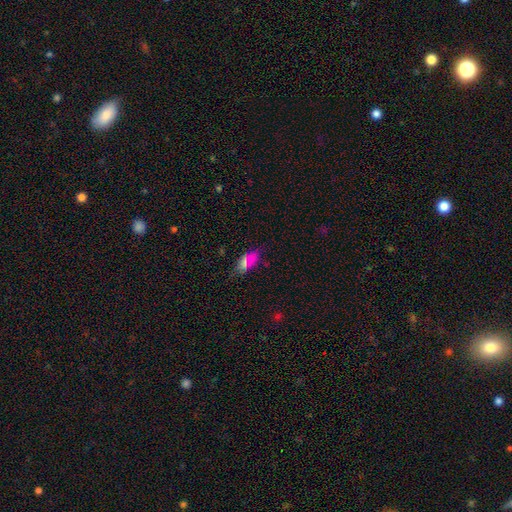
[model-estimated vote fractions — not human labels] Q: Smooth or featured?
A: smooth (68%); runner-up: star or artifact (22%)
Q: How rounded?
A: in between (85%); runner-up: cigar-shaped (10%)
Q: Merging?
A: none (79%); runner-up: minor disturbance (15%)